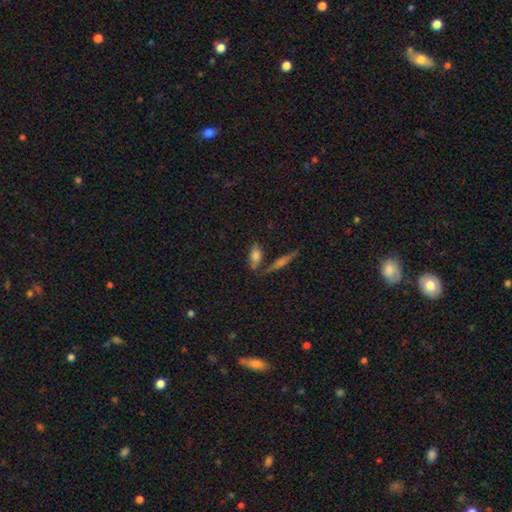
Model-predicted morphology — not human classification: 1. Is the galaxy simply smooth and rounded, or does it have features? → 72% smooth, 18% featured or disk, 10% star or artifact.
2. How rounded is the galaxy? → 79% in between, 15% cigar-shaped, 6% round.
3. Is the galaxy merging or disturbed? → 62% none, 17% minor disturbance, 14% merger, 6% major disturbance.